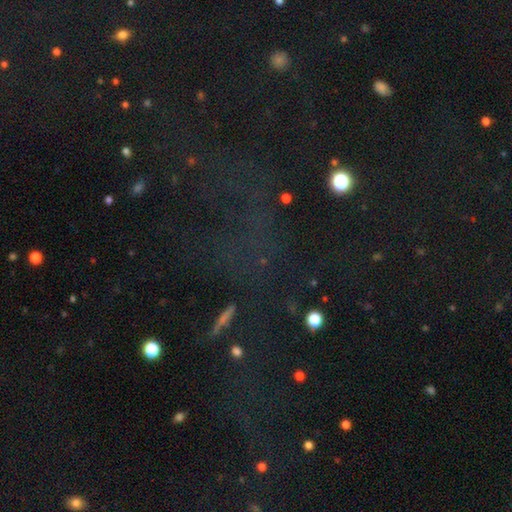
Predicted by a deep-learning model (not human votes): Smooth or featured? star or artifact (61%)